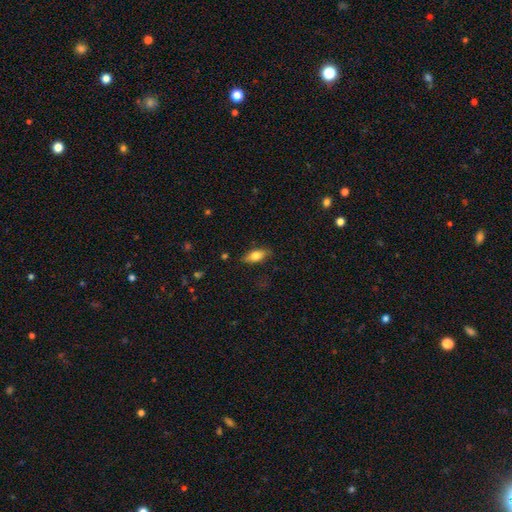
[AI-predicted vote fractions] A smooth galaxy with no disk features (72%) that is in between round and cigar-shaped (76%). Merging: none (82%).